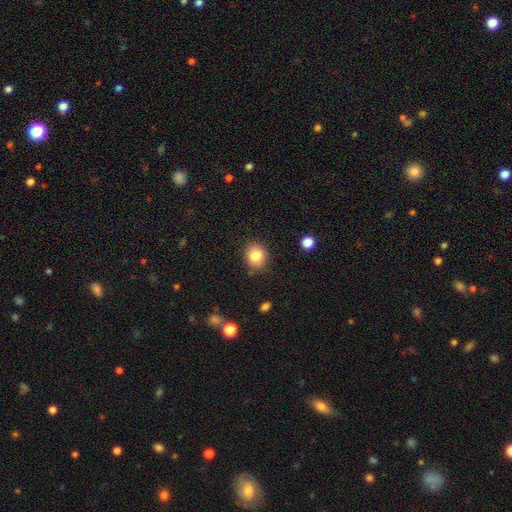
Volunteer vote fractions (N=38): smooth_or_featured: smooth (p=0.89) [alt: featured or disk p=0.05]
how_rounded: round (p=0.88) [alt: in between p=0.12]
merging: none (p=0.81) [alt: minor disturbance p=0.14]